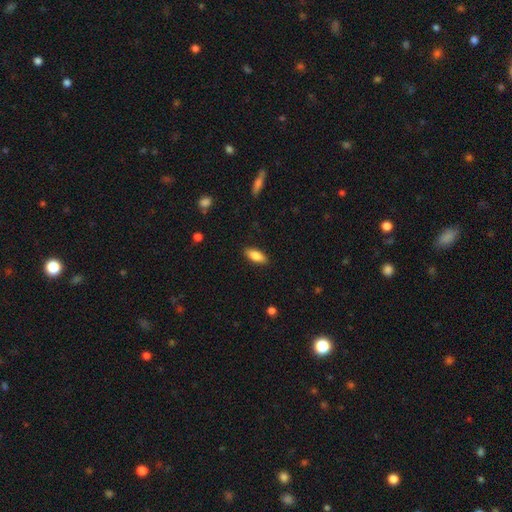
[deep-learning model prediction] smooth 84%, featured or disk 10%, star or artifact 6%. Down the decision tree: how rounded — in between (78%); merging — none (89%).